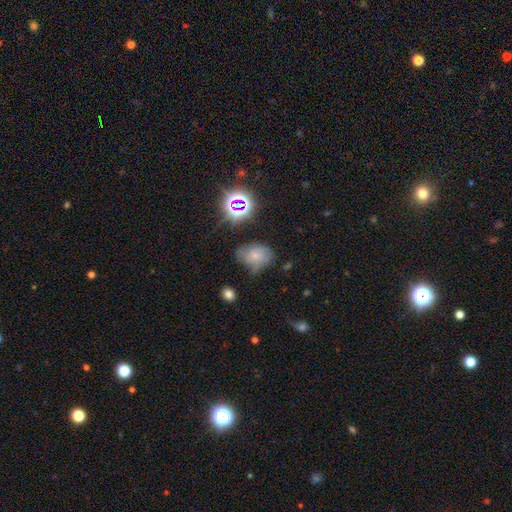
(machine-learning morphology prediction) Smooth or featured?
  - smooth: 55% *
  - star or artifact: 23%
  - featured or disk: 22%
How rounded?
  - in between: 65% *
  - round: 34%
  - cigar-shaped: 1%
Merging?
  - none: 43% *
  - minor disturbance: 34%
  - major disturbance: 18%
  - merger: 5%